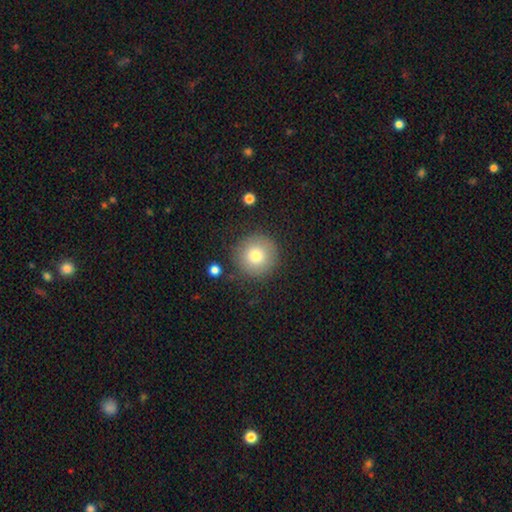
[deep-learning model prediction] Q: Smooth or featured?
A: smooth (77%); runner-up: featured or disk (12%)
Q: How rounded?
A: round (96%); runner-up: in between (3%)
Q: Merging?
A: none (85%); runner-up: minor disturbance (9%)